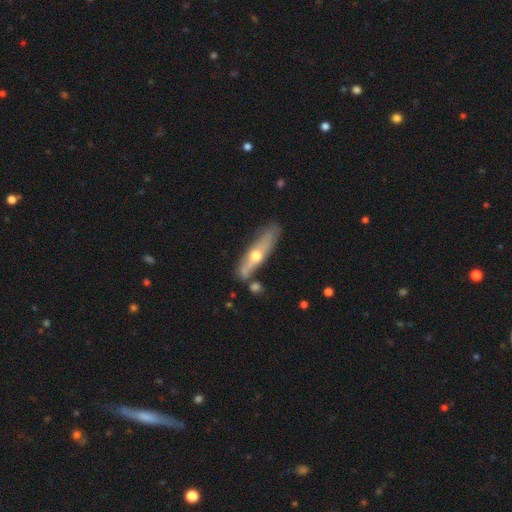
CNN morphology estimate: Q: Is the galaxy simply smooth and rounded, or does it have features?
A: featured or disk — 59%.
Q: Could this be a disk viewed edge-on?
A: yes — 75%.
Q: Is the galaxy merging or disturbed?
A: none — 64%.